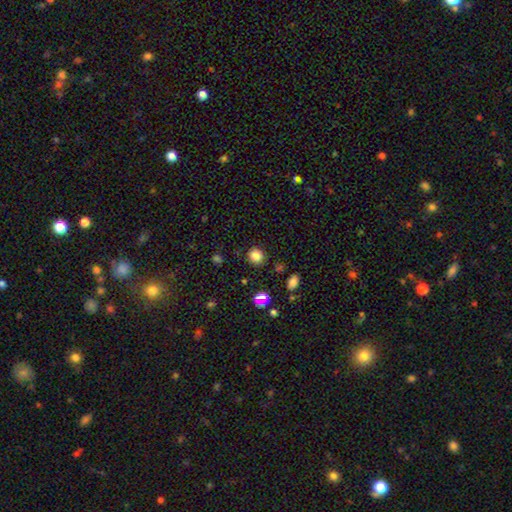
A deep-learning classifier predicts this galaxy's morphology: Smooth or featured?
  - smooth: 82% *
  - star or artifact: 13%
  - featured or disk: 5%
How rounded?
  - round: 85% *
  - in between: 14%
  - cigar-shaped: 1%
Merging?
  - none: 89% *
  - minor disturbance: 7%
  - major disturbance: 3%
  - merger: 2%